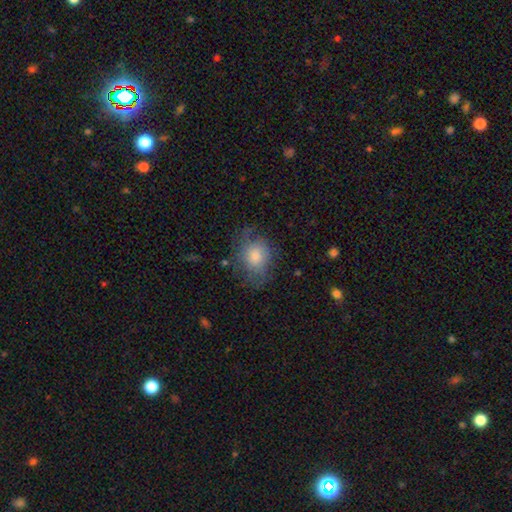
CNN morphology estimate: Q: Smooth or featured?
A: smooth (67%); runner-up: featured or disk (24%)
Q: How rounded?
A: in between (50%); runner-up: round (48%)
Q: Merging?
A: none (59%); runner-up: minor disturbance (26%)